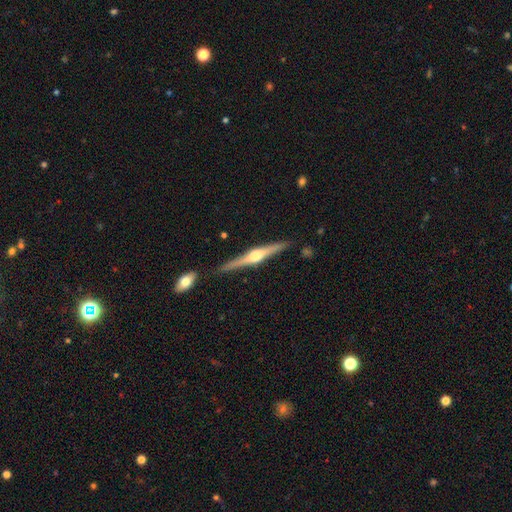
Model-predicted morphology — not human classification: featured or disk 80%, smooth 16%, star or artifact 5%. Down the decision tree: edge-on disk — yes (98%); edge-on bulge — rounded (91%); merging — none (88%).